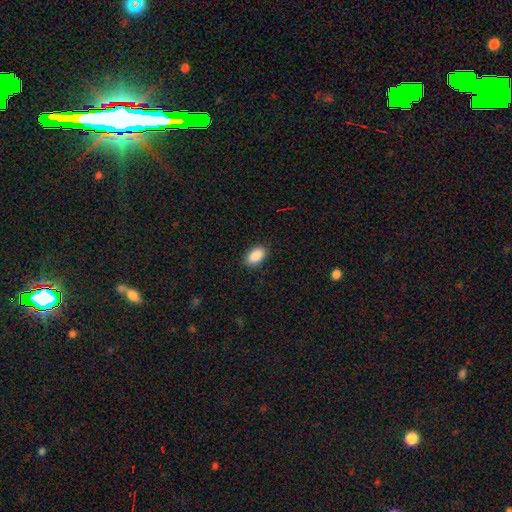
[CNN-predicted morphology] Smooth or featured? smooth (90%)
How rounded? in between (93%)
Merging? none (88%)